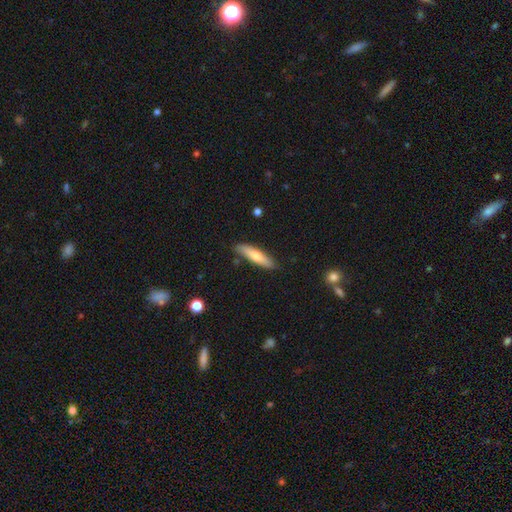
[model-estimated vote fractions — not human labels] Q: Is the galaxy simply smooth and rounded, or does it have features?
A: smooth — 67%.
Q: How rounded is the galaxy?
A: cigar-shaped — 77%.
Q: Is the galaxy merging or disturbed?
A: none — 85%.